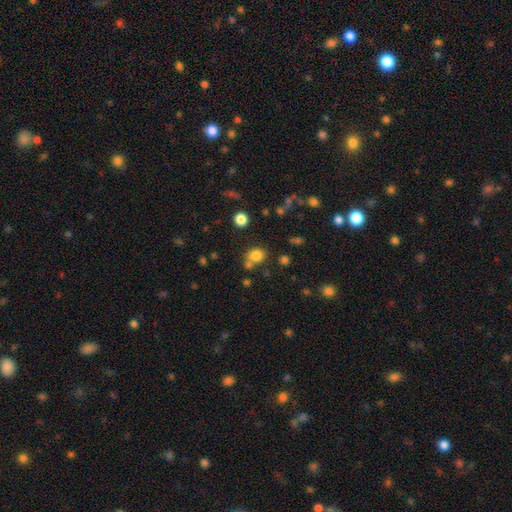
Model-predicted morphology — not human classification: This is likely a smooth galaxy (80%). How rounded: possibly round (60%). Merging: possibly none (60%).